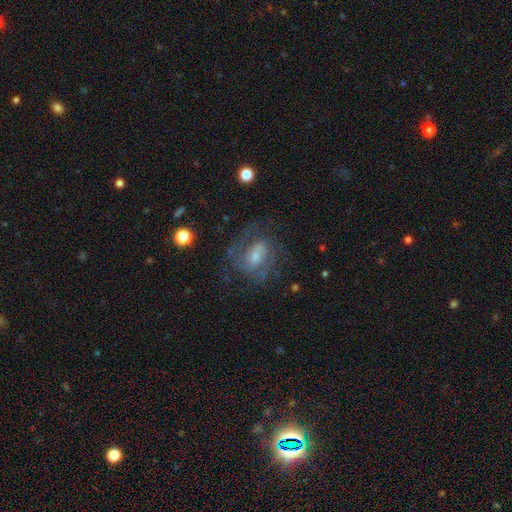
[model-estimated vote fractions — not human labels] A featured or disk galaxy (71%) with a weak bar (46%), 2 (39%) medium (46%) spiral arms (83%) and a small central bulge (51%).

Vote fractions:
- Smooth or featured? featured or disk: 71% / smooth: 19% / star or artifact: 10%
- Edge-on disk? no: 97% / yes: 3%
- Bar? weak: 46% / no: 41% / strong: 13%
- Spiral arms? yes: 83% / no: 17%
- Spiral winding? medium: 46% / tight: 36% / loose: 18%
- Spiral arm count? 2: 39% / can't tell: 35% / 3: 12% / 1: 7% / 4: 4% / more than 4: 3%
- Bulge size? small: 51% / moderate: 37% / none: 6% / large: 5% / dominant: 1%
- Merging? none: 60% / major disturbance: 20% / minor disturbance: 18% / merger: 2%